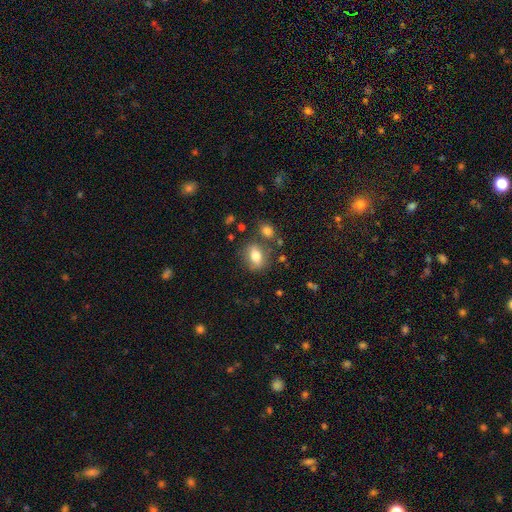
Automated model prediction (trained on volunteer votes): This is likely a smooth galaxy (75%). How rounded: likely in between (74%). Merging: likely none (72%).